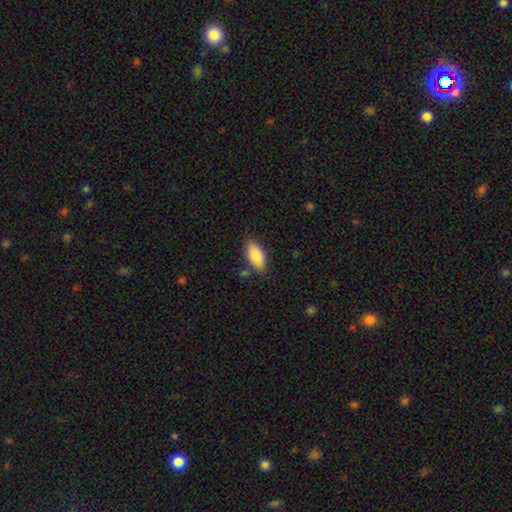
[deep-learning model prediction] Overall: smooth (84%). How rounded: in between (90%). Merging: none (76%).